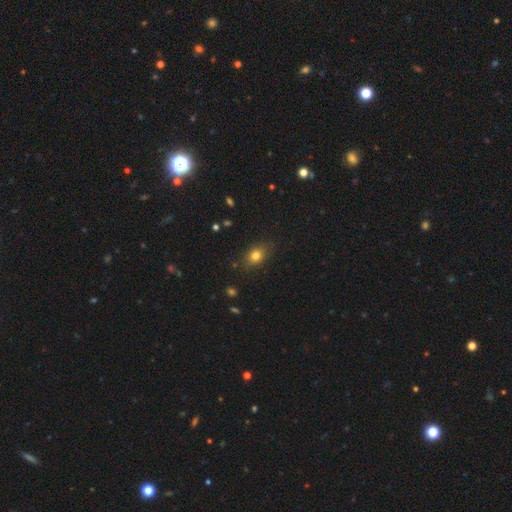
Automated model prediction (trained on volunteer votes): Smooth or featured? Predicted: smooth (p=0.79). How rounded? Predicted: in between (p=0.61). Merging? Predicted: none (p=0.82).